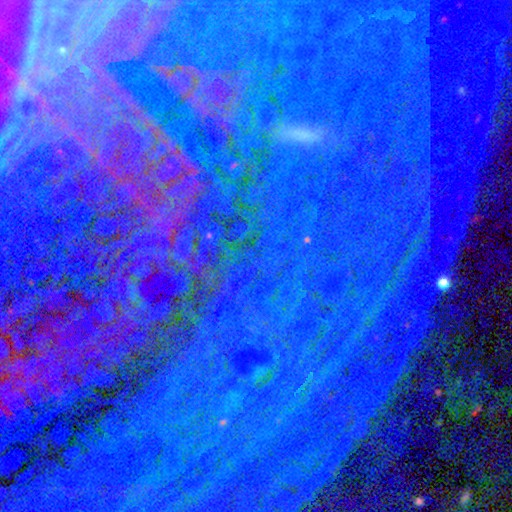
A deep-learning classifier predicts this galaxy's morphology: type=star or artifact (83%).